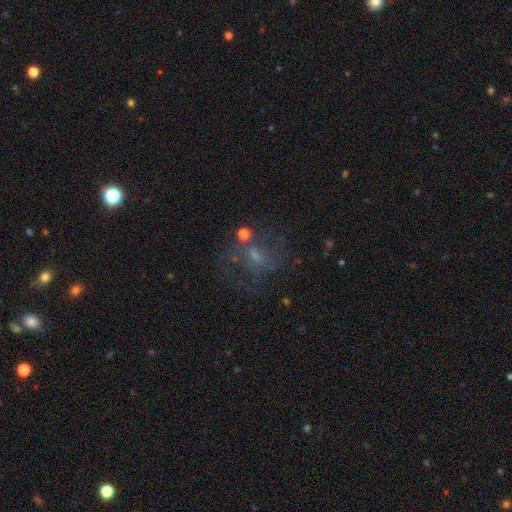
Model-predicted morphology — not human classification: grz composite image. It shows a featured or disk galaxy (50%). Merging: none (50%).